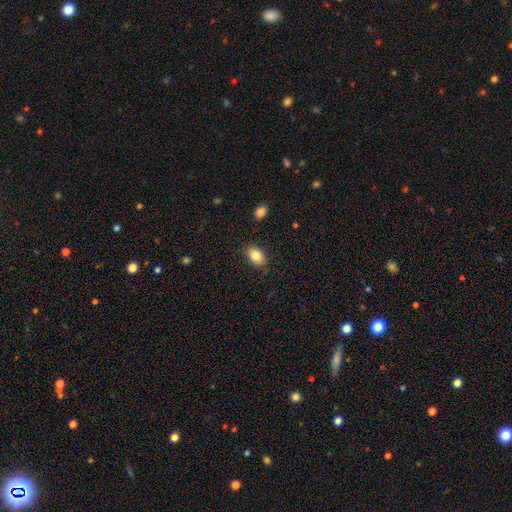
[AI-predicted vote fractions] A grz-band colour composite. It shows a smooth galaxy with no disk features (83%) that is in between round and cigar-shaped (85%). Merging: none (85%).